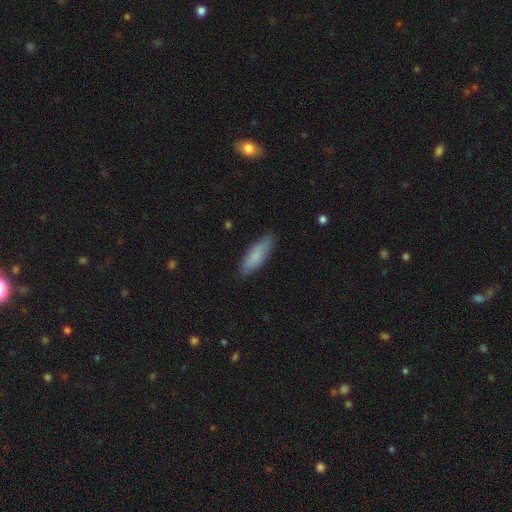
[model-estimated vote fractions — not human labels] Smooth or featured? Predicted: smooth (p=0.84). How rounded? Predicted: cigar-shaped (p=0.53). Merging? Predicted: none (p=0.84).